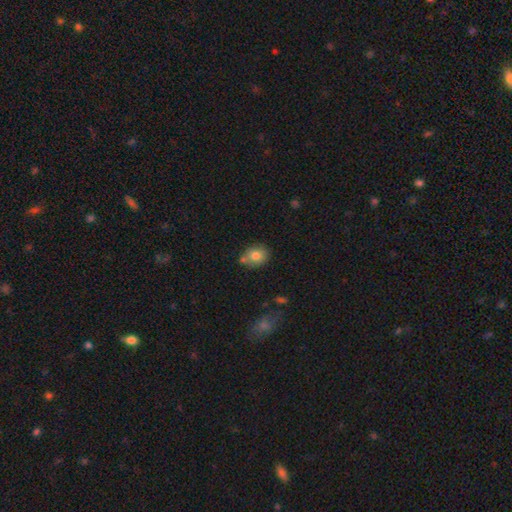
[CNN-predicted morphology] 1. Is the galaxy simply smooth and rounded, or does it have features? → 78% smooth, 12% featured or disk, 9% star or artifact.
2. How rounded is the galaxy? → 58% round, 41% in between, 1% cigar-shaped.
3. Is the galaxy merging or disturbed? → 65% none, 16% merger, 16% minor disturbance, 3% major disturbance.